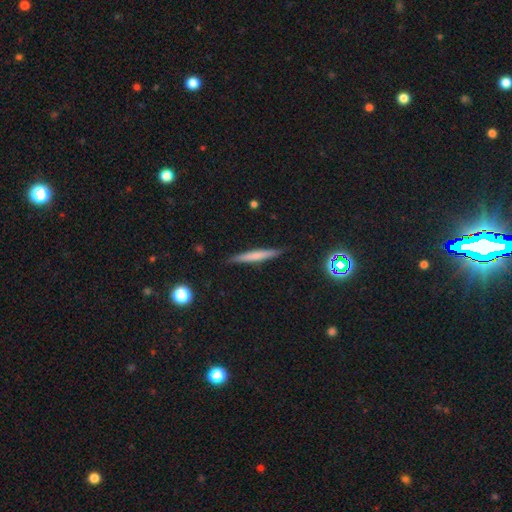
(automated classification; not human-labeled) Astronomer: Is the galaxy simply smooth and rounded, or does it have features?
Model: smooth — 59%.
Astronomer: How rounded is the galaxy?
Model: cigar-shaped — 95%.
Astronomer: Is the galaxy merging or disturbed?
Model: none — 89%.